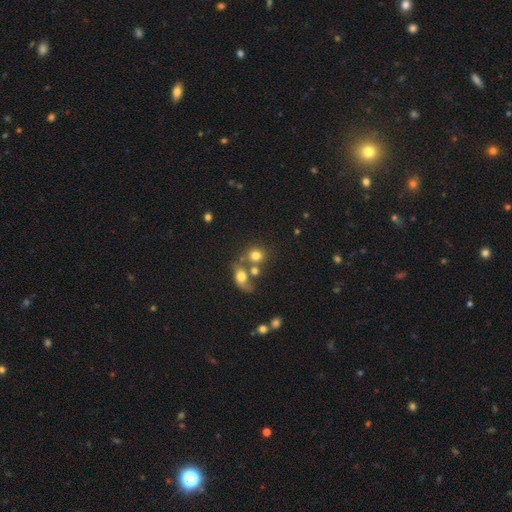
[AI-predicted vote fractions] A smooth galaxy with no disk features (75%) that is round (75%). Merging: none (46%).